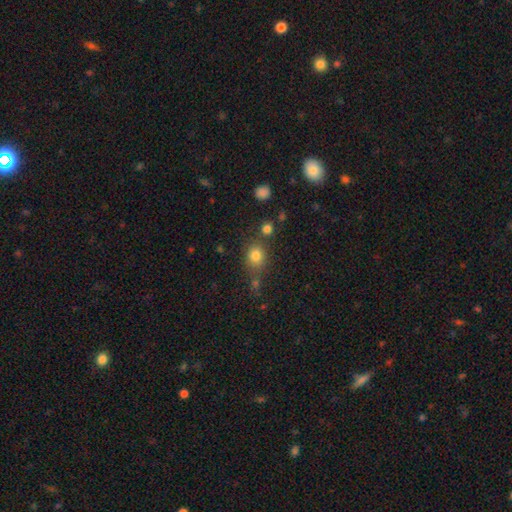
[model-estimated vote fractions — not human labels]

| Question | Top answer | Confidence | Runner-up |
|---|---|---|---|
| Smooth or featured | smooth | 79% | star or artifact (14%) |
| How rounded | round | 68% | in between (31%) |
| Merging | none | 65% | merger (15%) |